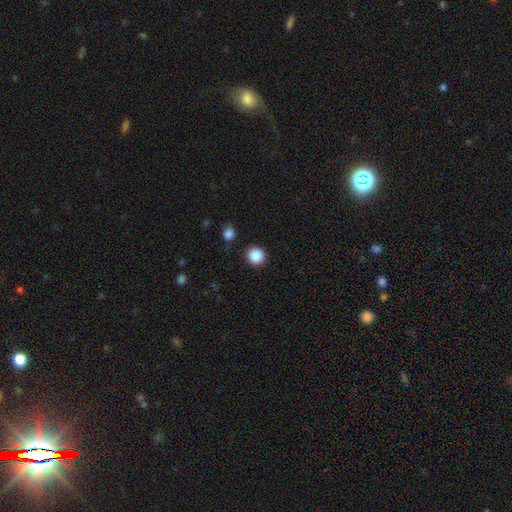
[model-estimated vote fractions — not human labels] This appears to be a smooth galaxy with no disk features (89%) that is round (93%). Merging: none (90%).